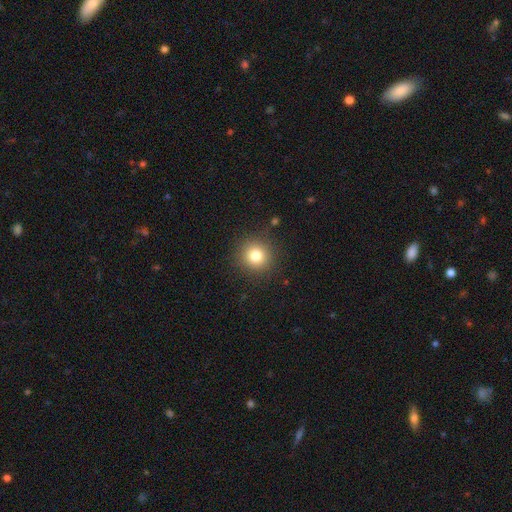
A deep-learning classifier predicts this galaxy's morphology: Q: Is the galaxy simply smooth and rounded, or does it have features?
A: smooth — 81%.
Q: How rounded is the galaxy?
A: round — 93%.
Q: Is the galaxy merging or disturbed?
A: none — 89%.